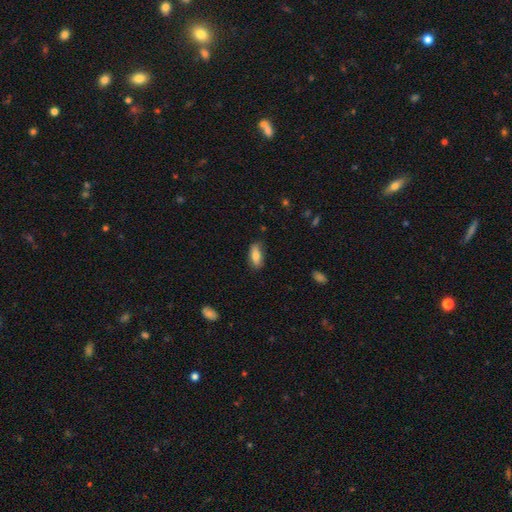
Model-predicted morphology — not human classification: This appears to be a smooth galaxy with no disk features (78%) that is in between round and cigar-shaped (76%). Merging: none (80%).